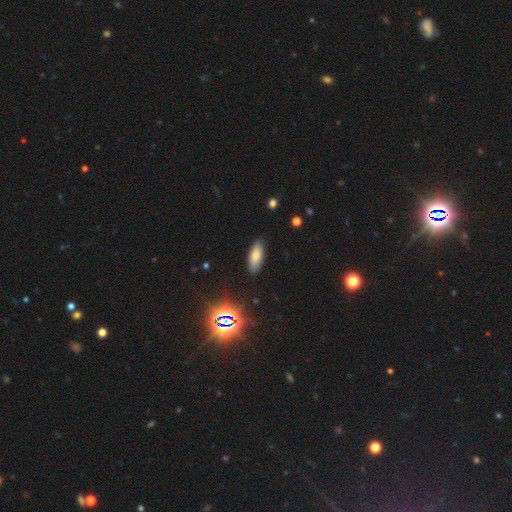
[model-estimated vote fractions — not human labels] Smooth or featured?
  - smooth: 78% *
  - star or artifact: 11%
  - featured or disk: 11%
How rounded?
  - in between: 75% *
  - cigar-shaped: 23%
  - round: 2%
Merging?
  - none: 86% *
  - minor disturbance: 10%
  - major disturbance: 2%
  - merger: 1%